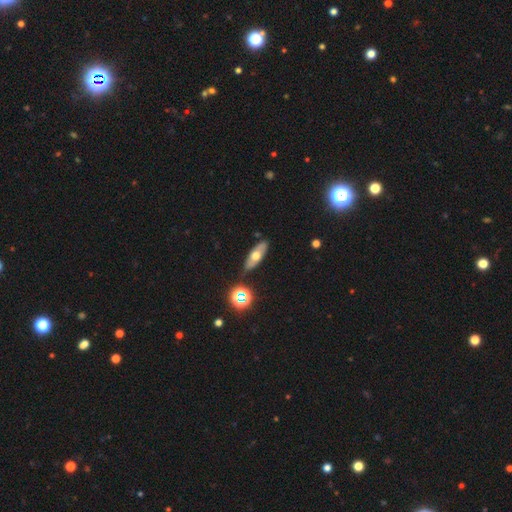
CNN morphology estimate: Smooth or featured? smooth (51%)
How rounded? in between (65%)
Merging? none (83%)